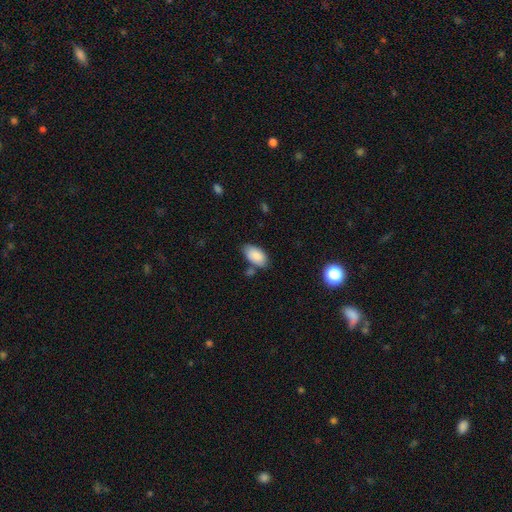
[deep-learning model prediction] Smooth or featured? smooth (86%)
How rounded? in between (95%)
Merging? none (68%)